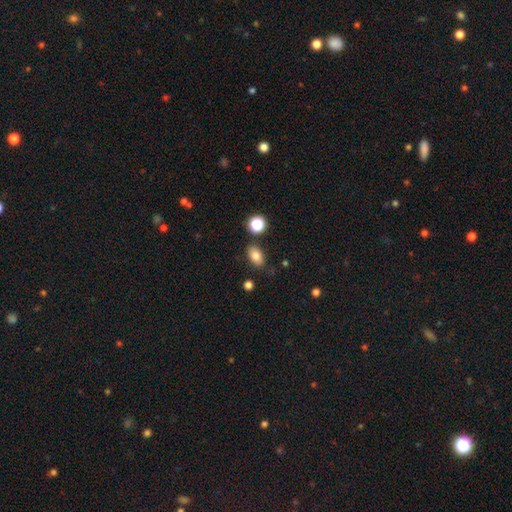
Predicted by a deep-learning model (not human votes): Morphology: type=smooth (80%); roundness=in between (85%); merging=none (81%).